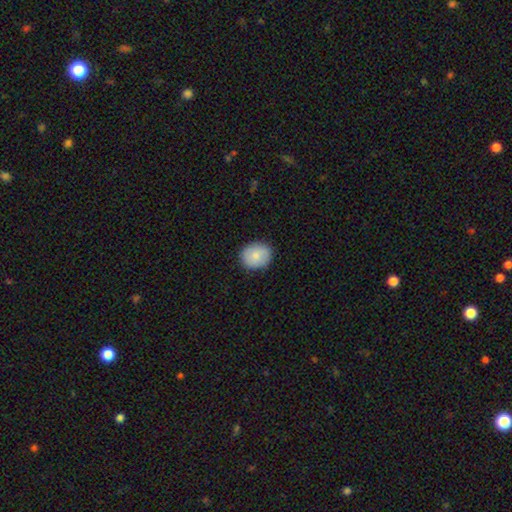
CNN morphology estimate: smooth_or_featured: smooth (p=0.84) [alt: featured or disk p=0.09]
how_rounded: round (p=0.67) [alt: in between p=0.32]
merging: none (p=0.88) [alt: minor disturbance p=0.09]